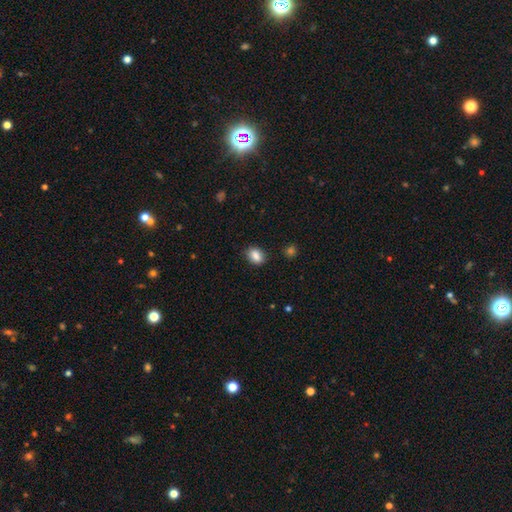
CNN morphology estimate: smooth-or-featured: smooth: 86% | star or artifact: 9% | featured or disk: 6%
  how-rounded: in between: 72% | round: 26% | cigar-shaped: 1%
  merging: none: 83% | minor disturbance: 12% | major disturbance: 3% | merger: 2%